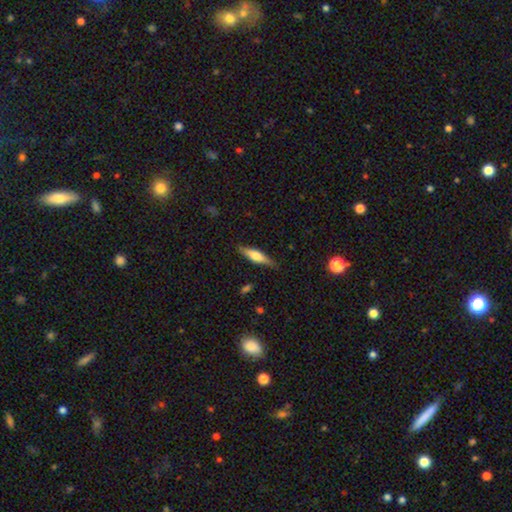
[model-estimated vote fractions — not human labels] A smooth galaxy with no disk features (48%). Merging: none (85%).